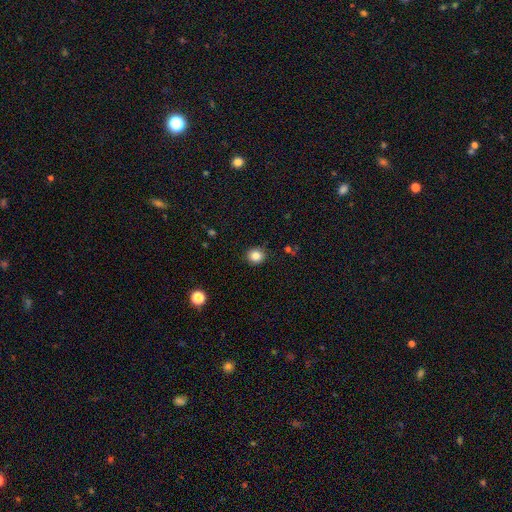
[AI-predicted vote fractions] Smooth or featured? Predicted: smooth (p=0.84). How rounded? Predicted: round (p=0.85). Merging? Predicted: none (p=0.89).